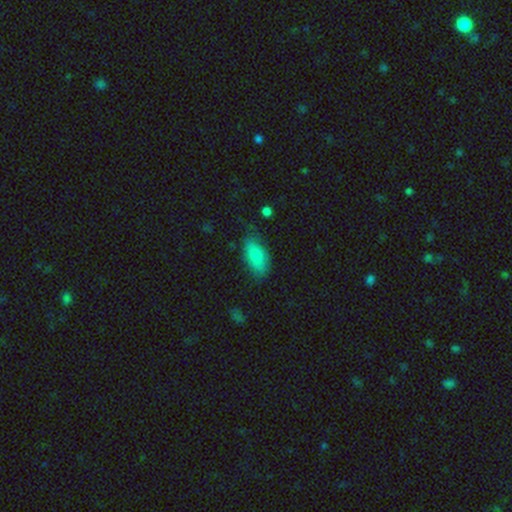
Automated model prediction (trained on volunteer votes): A smooth galaxy with no disk features (82%) that is in between round and cigar-shaped (90%). Merging: none (60%).